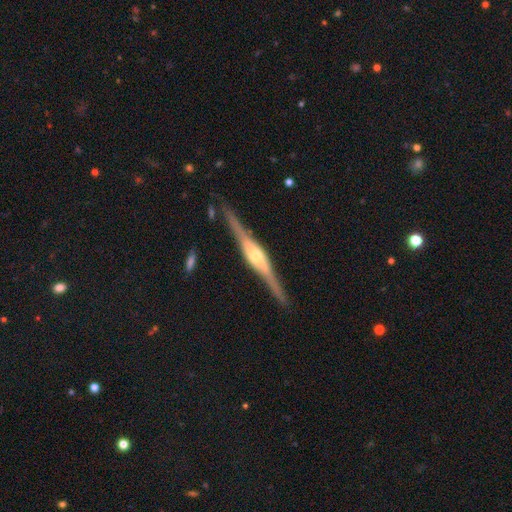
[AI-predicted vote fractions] smooth_or_featured: featured or disk (p=0.85) [alt: smooth p=0.10]
disk_edge_on: yes (p=0.98) [alt: no p=0.02]
edge_on_bulge: rounded (p=0.83) [alt: boxy p=0.14]
merging: none (p=0.86) [alt: minor disturbance p=0.10]